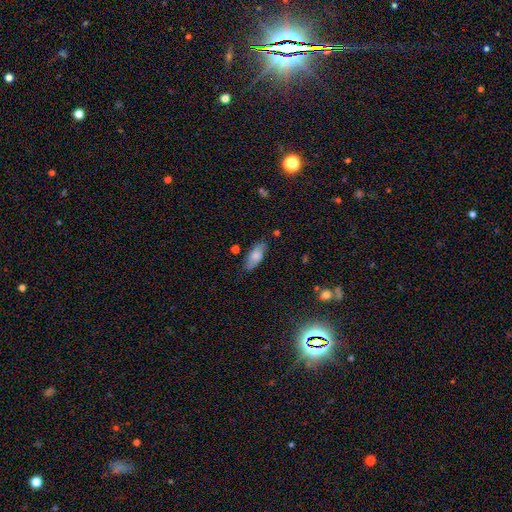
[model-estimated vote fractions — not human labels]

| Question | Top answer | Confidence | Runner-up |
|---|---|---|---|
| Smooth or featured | smooth | 72% | featured or disk (20%) |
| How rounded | in between | 83% | cigar-shaped (15%) |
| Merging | none | 77% | minor disturbance (18%) |